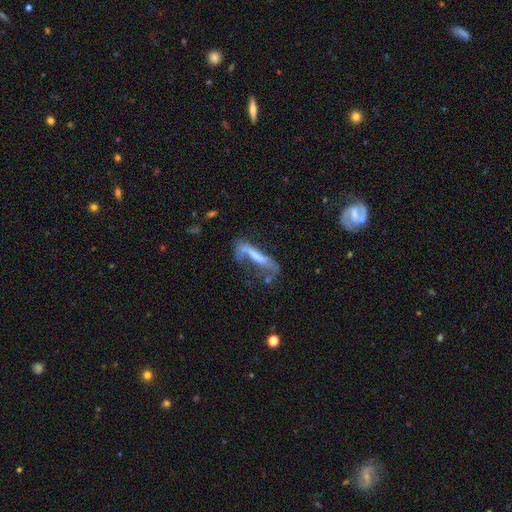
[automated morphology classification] type=featured or disk (56%); edge-on=no (59%); merging=none (34%).